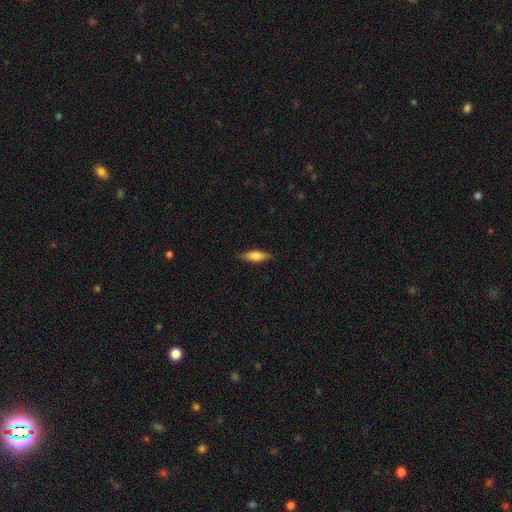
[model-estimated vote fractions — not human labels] A smooth galaxy with no disk features (62%) that is cigar-shaped (55%). Merging: none (87%).